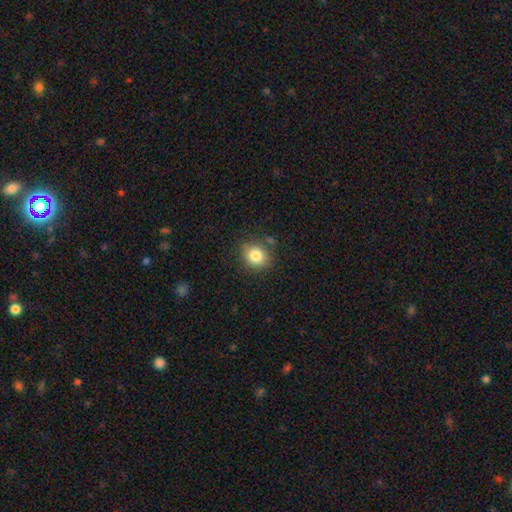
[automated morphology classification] Smooth or featured? smooth (83%)
How rounded? round (69%)
Merging? none (80%)